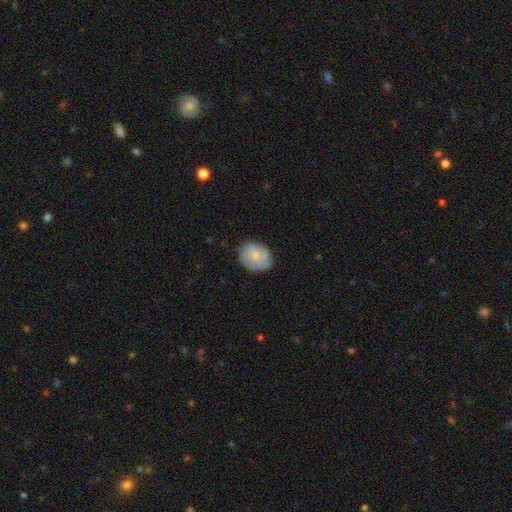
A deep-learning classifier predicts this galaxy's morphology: This is possibly a smooth galaxy (51%). How rounded: possibly round (55%). Merging: likely none (70%).